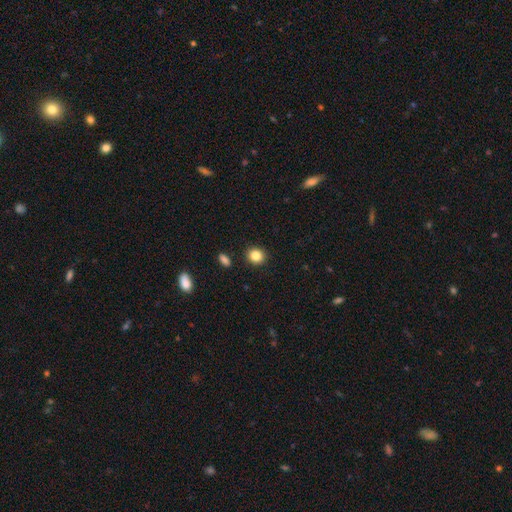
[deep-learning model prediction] A smooth galaxy with no disk features (85%) that is round (81%).

Vote fractions:
- Smooth or featured? smooth: 85% / star or artifact: 10% / featured or disk: 5%
- How rounded? round: 81% / in between: 18% / cigar-shaped: 1%
- Merging? none: 91% / minor disturbance: 6% / major disturbance: 2% / merger: 2%